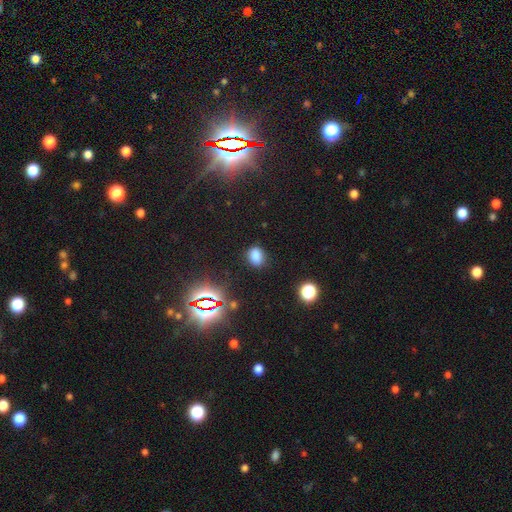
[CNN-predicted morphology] A smooth galaxy with no disk features (77%) that is in between round and cigar-shaped (68%).

Vote fractions:
- Smooth or featured? smooth: 77% / star or artifact: 18% / featured or disk: 6%
- How rounded? in between: 68% / round: 31% / cigar-shaped: 2%
- Merging? none: 80% / minor disturbance: 13% / major disturbance: 4% / merger: 2%